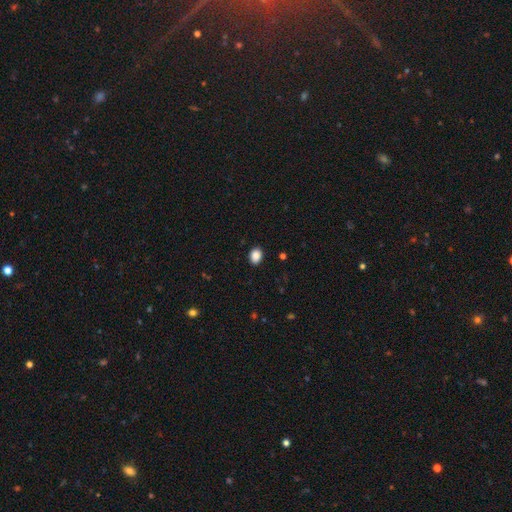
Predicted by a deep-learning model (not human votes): Smooth or featured? smooth (88%)
How rounded? in between (65%)
Merging? none (89%)